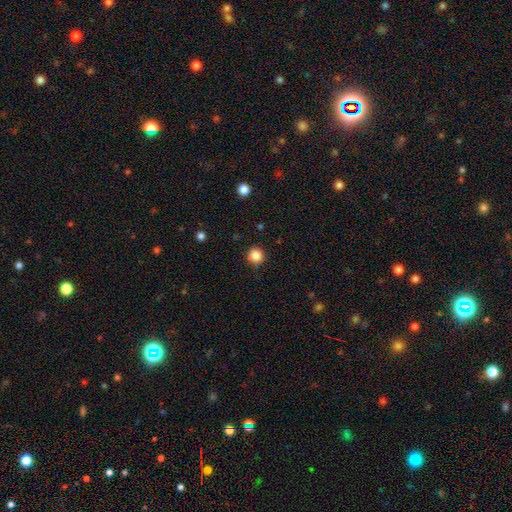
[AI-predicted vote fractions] The model was most divided on "smooth or featured": smooth: 86%, star or artifact: 11%, featured or disk: 3%. More confident: how rounded — round (91%); merging — none (86%).